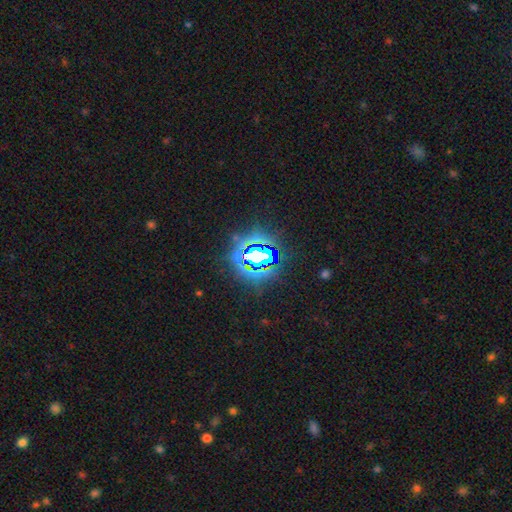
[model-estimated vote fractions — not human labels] Morphology: type=star or artifact (73%).